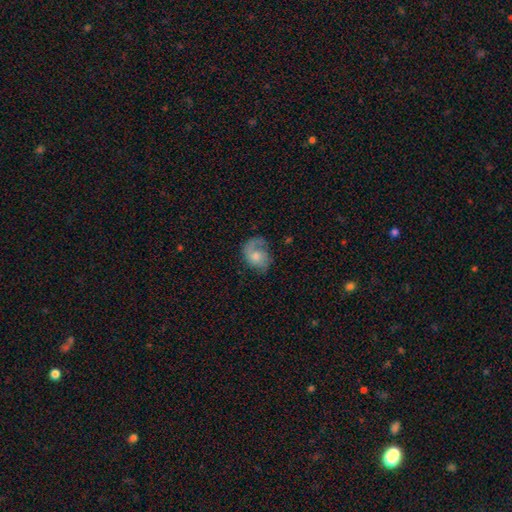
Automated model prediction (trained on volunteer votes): This appears to be a featured or disk galaxy (54%) with no bar (74%), spiral arms (83%) and a moderate central bulge (49%). Merging: none (48%).